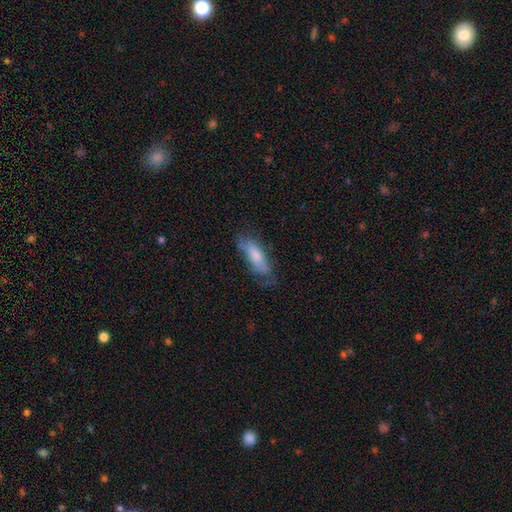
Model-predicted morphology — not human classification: Smooth or featured? Predicted: smooth (p=0.64). How rounded? Predicted: in between (p=0.58). Merging? Predicted: none (p=0.56).